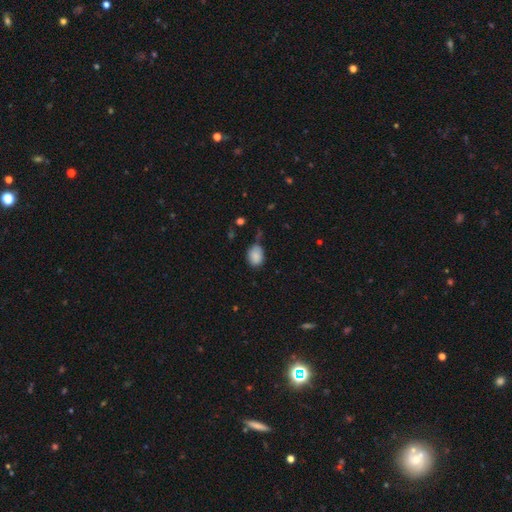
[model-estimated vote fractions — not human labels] smooth-or-featured: smooth: 86% | star or artifact: 8% | featured or disk: 6%
  how-rounded: in between: 63% | round: 36% | cigar-shaped: 1%
  merging: none: 57% | minor disturbance: 31% | major disturbance: 6% | merger: 5%